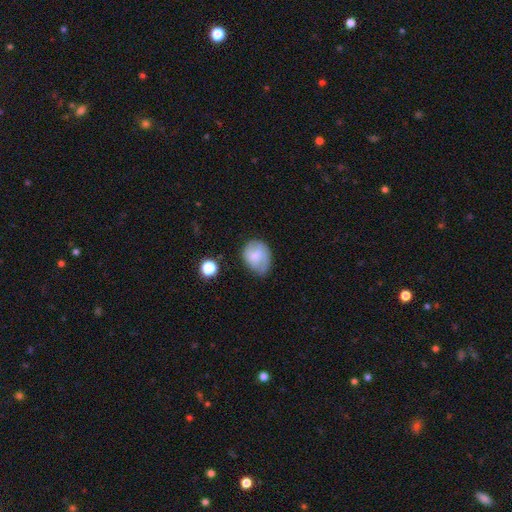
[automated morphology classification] A featured or disk galaxy (48%).

Vote fractions:
- Smooth or featured? featured or disk: 48% / smooth: 44% / star or artifact: 9%
- Merging? none: 60% / minor disturbance: 28% / major disturbance: 10% / merger: 2%